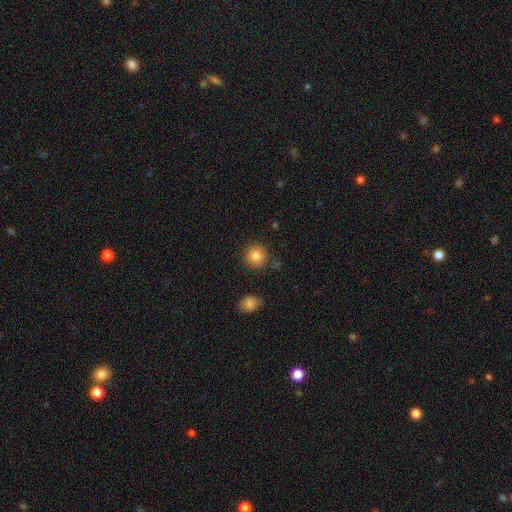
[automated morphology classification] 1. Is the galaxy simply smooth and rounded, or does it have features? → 83% smooth, 10% star or artifact, 6% featured or disk.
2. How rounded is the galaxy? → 91% round, 8% in between, 1% cigar-shaped.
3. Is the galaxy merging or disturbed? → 86% none, 9% minor disturbance, 3% merger, 3% major disturbance.